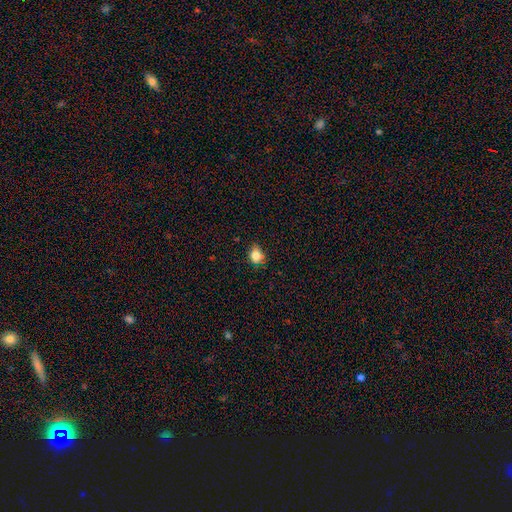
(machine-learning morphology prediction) Q: Smooth or featured?
A: smooth (79%); runner-up: star or artifact (12%)
Q: How rounded?
A: in between (56%); runner-up: round (43%)
Q: Merging?
A: none (65%); runner-up: minor disturbance (26%)